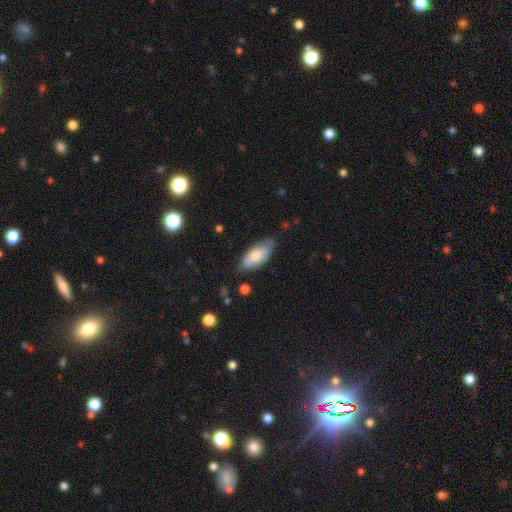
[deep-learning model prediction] smooth-or-featured: smooth: 67% | featured or disk: 27% | star or artifact: 6%
  how-rounded: in between: 87% | cigar-shaped: 10% | round: 2%
  merging: none: 69% | minor disturbance: 25% | major disturbance: 4% | merger: 2%